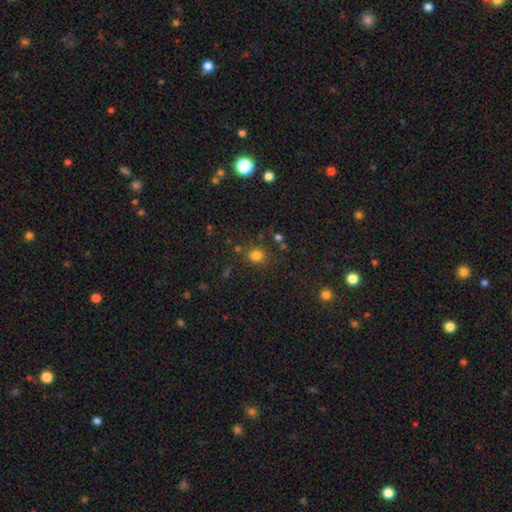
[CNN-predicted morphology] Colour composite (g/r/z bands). It shows a smooth galaxy with no disk features (78%) that is round (78%). Merging: none (76%).